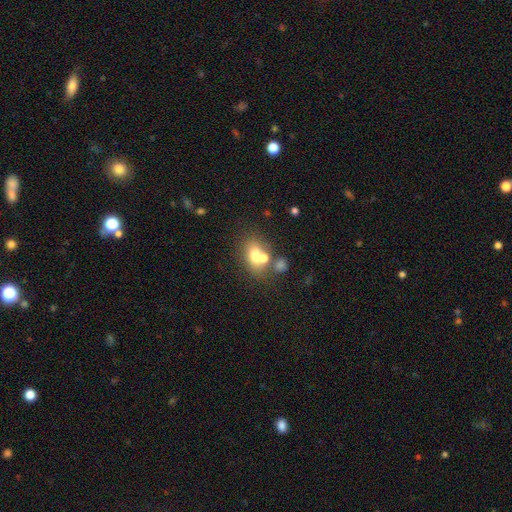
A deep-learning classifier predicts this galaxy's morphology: A smooth galaxy with no disk features (66%) that is in between round and cigar-shaped (62%).

Vote fractions:
- Smooth or featured? smooth: 66% / featured or disk: 21% / star or artifact: 13%
- How rounded? in between: 62% / round: 36% / cigar-shaped: 2%
- Merging? none: 44% / merger: 39% / minor disturbance: 11% / major disturbance: 6%